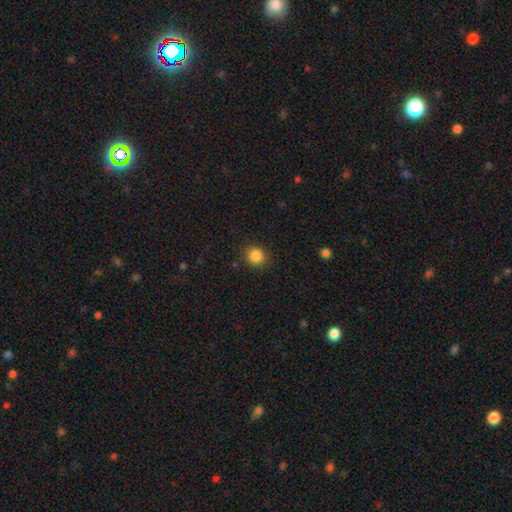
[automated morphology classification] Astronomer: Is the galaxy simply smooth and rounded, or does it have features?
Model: smooth — 86%.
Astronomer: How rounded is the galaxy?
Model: round — 86%.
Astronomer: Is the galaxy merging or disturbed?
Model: none — 87%.